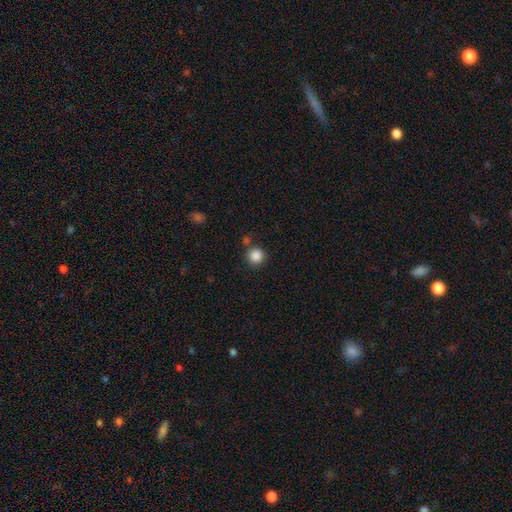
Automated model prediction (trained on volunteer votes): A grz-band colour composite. It shows a smooth galaxy with no disk features (87%) that is round (93%). Merging: none (80%).